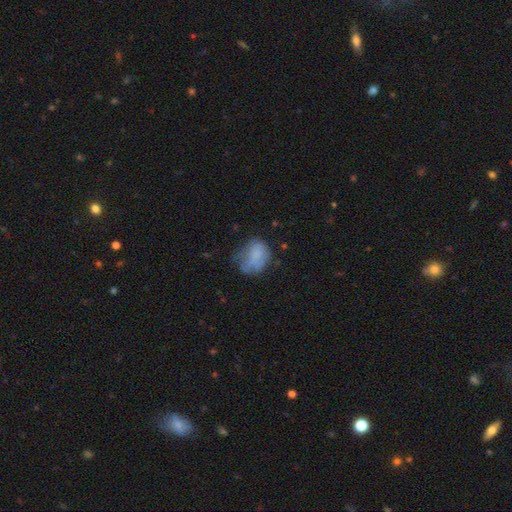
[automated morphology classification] This appears to be a smooth galaxy with no disk features (65%) that is in between round and cigar-shaped (58%). Merging: none (41%).